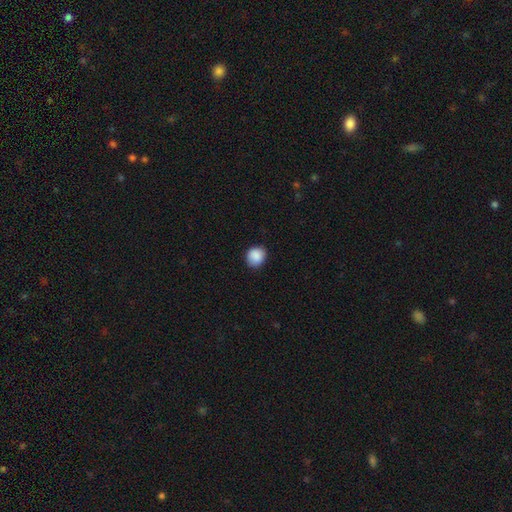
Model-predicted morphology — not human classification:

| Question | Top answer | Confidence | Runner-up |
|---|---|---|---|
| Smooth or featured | smooth | 89% | star or artifact (8%) |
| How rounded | round | 82% | in between (17%) |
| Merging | none | 85% | minor disturbance (11%) |